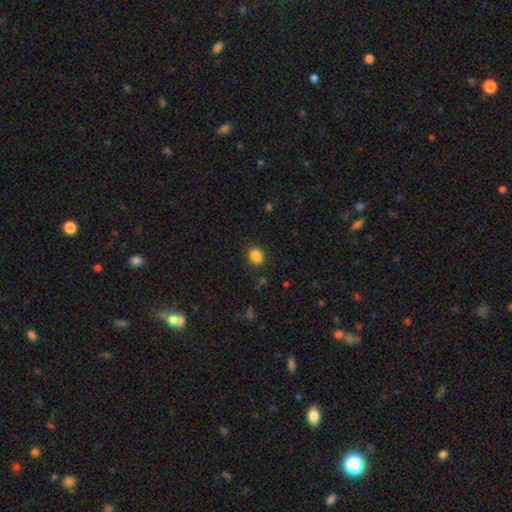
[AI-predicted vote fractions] smooth-or-featured: smooth: 84% | star or artifact: 10% | featured or disk: 6%
  how-rounded: in between: 50% | round: 49% | cigar-shaped: 1%
  merging: none: 79% | minor disturbance: 15% | major disturbance: 3% | merger: 2%